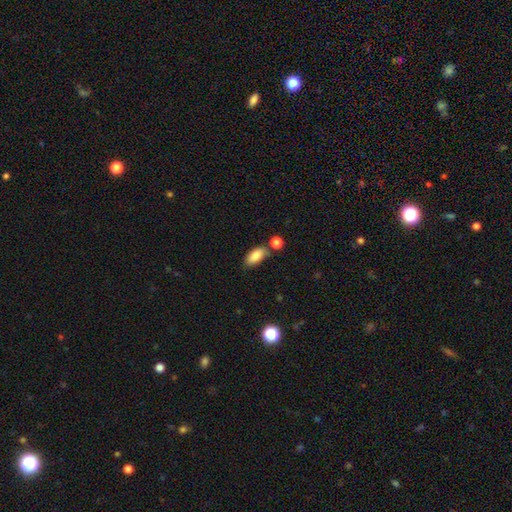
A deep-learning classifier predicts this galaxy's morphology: Overall: smooth (84%). How rounded: in between (89%). Merging: none (65%).